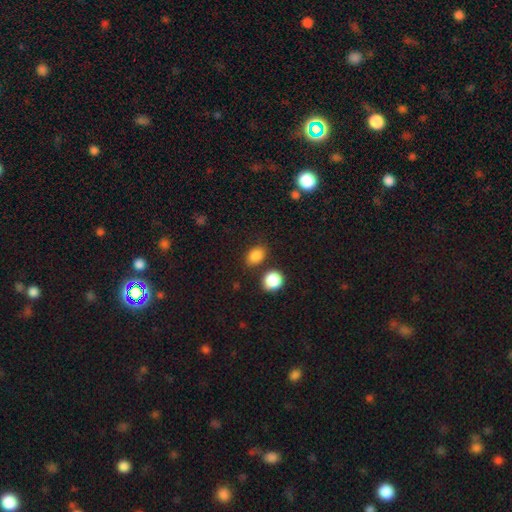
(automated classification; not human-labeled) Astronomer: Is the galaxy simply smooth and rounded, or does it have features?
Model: smooth — 85%.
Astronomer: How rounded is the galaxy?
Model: in between — 69%.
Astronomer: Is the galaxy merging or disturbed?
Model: none — 75%.